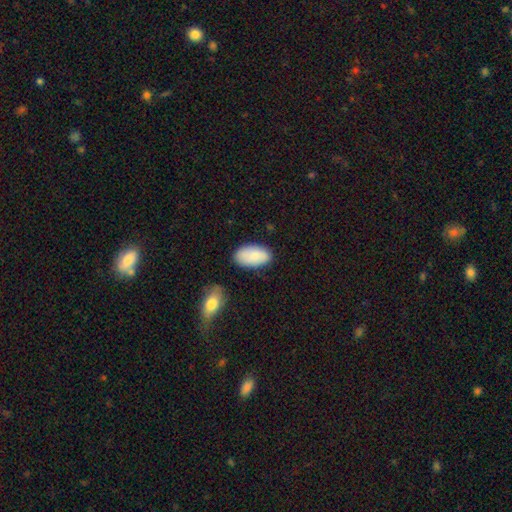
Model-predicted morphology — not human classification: This is clearly a smooth galaxy (83%). How rounded: clearly in between (95%). Merging: likely none (77%).